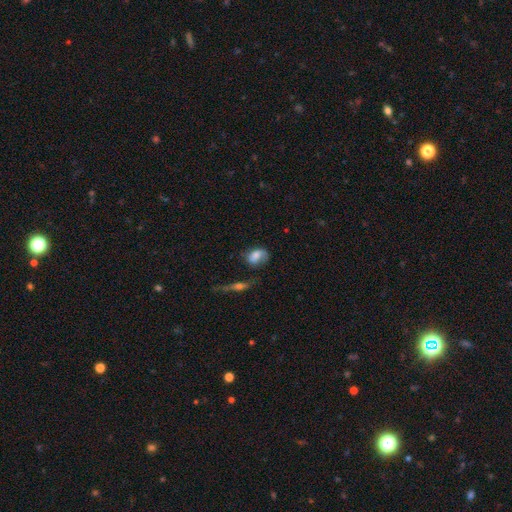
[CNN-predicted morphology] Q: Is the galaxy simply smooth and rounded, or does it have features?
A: smooth — 61%.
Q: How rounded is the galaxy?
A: in between — 78%.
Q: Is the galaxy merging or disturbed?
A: none — 44%.